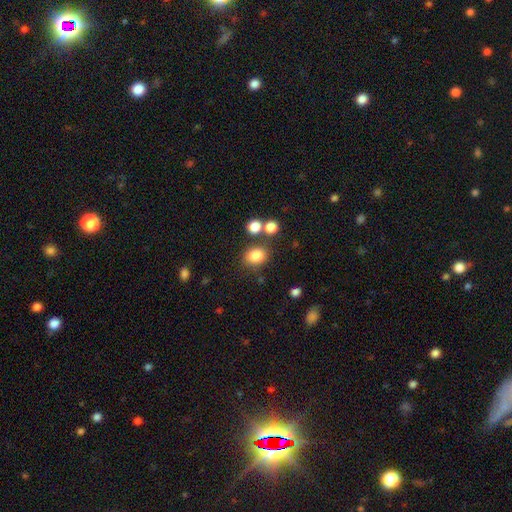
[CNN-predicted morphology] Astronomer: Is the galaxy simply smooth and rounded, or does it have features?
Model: smooth — 83%.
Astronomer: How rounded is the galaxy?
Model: in between — 52% (runner-up: round, 47%).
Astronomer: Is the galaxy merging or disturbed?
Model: none — 73%.